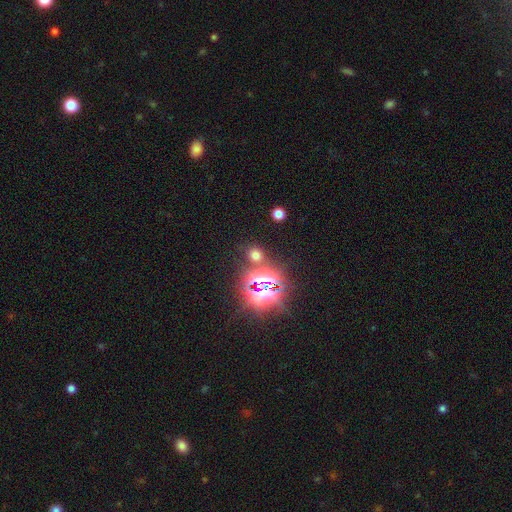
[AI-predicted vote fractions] Smooth or featured? Predicted: smooth (p=0.50). How rounded? Predicted: round (p=0.72). Merging? Predicted: none (p=0.78).